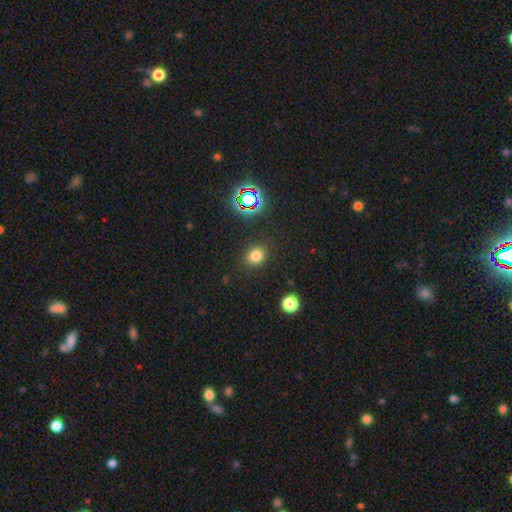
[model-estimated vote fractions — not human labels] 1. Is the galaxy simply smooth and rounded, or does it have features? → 76% smooth, 18% star or artifact, 6% featured or disk.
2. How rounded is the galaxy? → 73% round, 26% in between, 1% cigar-shaped.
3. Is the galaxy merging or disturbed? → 87% none, 9% minor disturbance, 3% major disturbance, 2% merger.